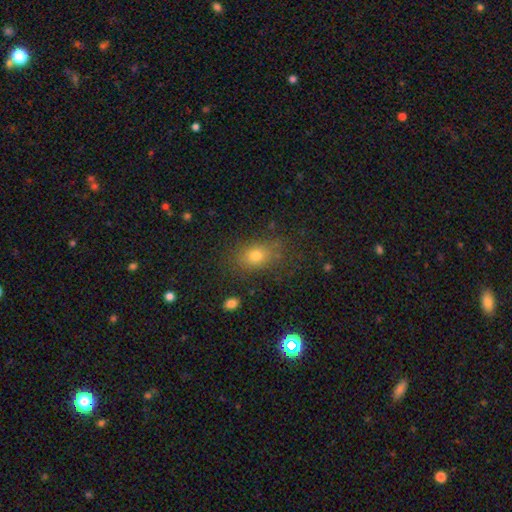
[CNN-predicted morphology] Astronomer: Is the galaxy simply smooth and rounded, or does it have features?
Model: smooth — 74%.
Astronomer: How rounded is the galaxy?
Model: in between — 68%.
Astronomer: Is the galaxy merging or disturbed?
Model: none — 77%.